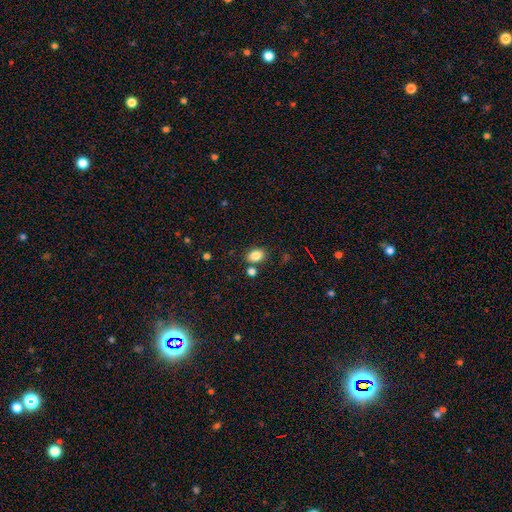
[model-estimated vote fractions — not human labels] Smooth or featured? smooth (85%)
How rounded? in between (76%)
Merging? none (76%)